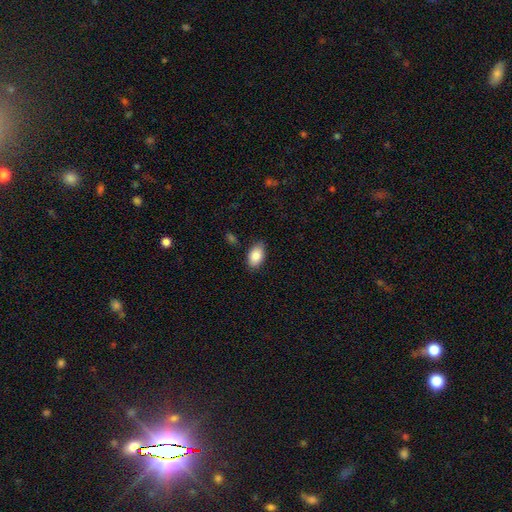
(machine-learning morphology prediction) This appears to be a smooth galaxy with no disk features (86%) that is in between round and cigar-shaped (91%). Merging: none (83%).